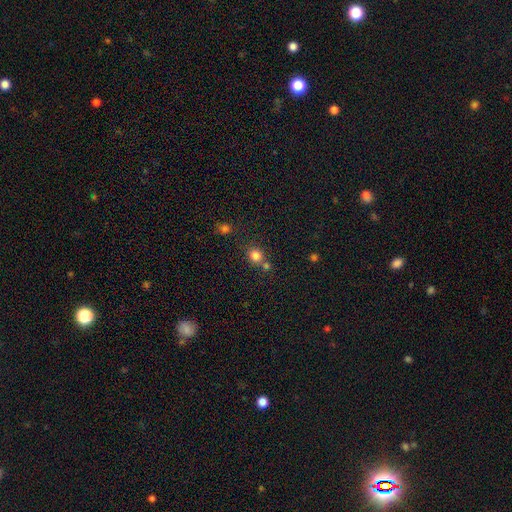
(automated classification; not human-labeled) Smooth or featured? smooth (80%)
How rounded? round (82%)
Merging? none (58%)